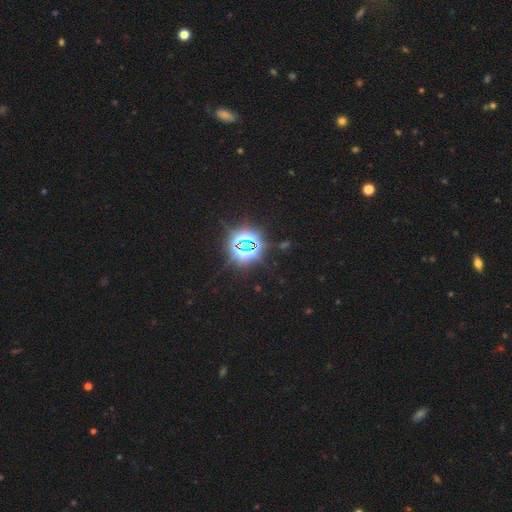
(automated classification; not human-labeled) smooth_or_featured: star or artifact (p=0.81) [alt: smooth p=0.11]